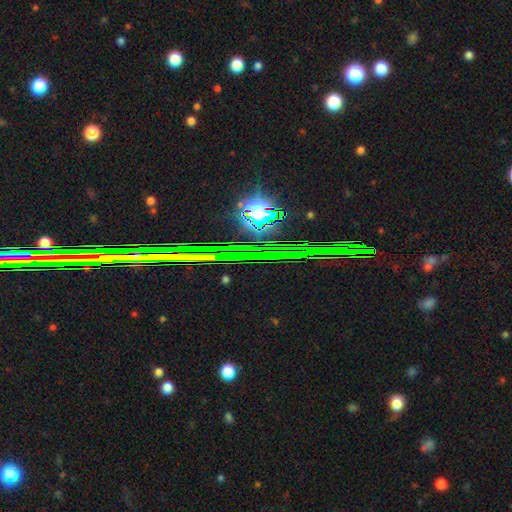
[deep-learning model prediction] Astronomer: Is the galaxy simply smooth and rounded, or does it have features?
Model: star or artifact — 80%.